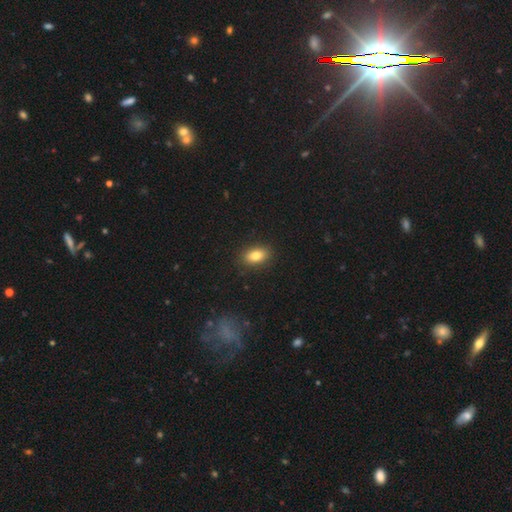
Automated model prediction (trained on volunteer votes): smooth 83%, star or artifact 9%, featured or disk 8%. Down the decision tree: how rounded — in between (86%); merging — none (89%).